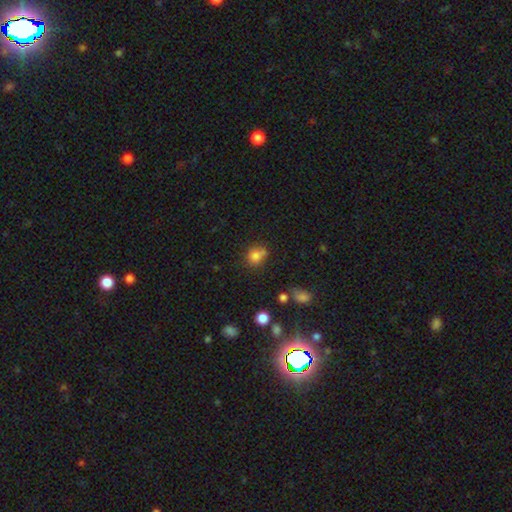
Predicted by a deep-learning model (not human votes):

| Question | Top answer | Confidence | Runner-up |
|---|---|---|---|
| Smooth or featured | smooth | 77% | star or artifact (13%) |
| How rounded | round | 72% | in between (27%) |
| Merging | none | 55% | merger (20%) |